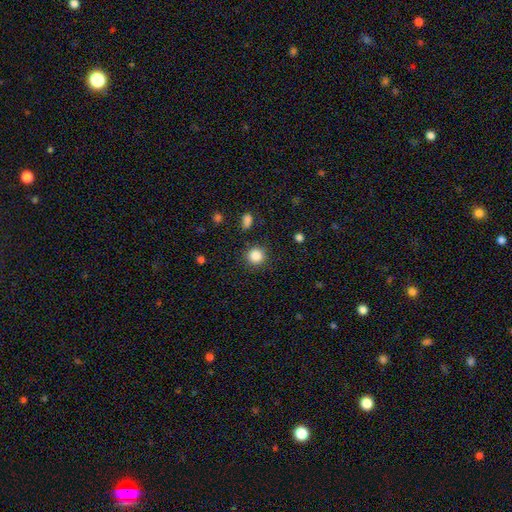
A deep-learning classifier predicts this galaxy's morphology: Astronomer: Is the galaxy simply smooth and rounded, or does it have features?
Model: smooth — 86%.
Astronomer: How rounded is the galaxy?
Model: round — 93%.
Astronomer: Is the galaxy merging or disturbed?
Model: none — 88%.